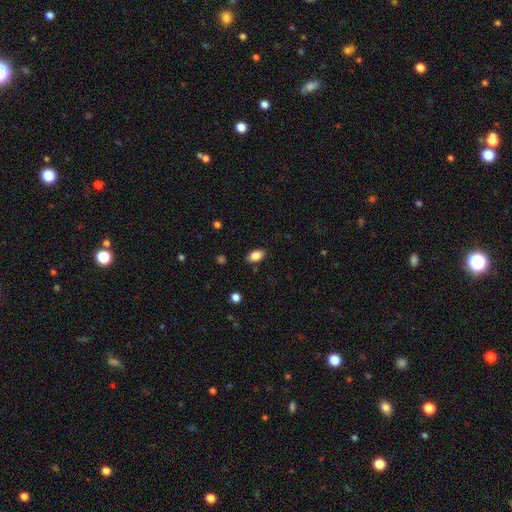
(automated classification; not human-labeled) The model was most divided on "merging": none: 86%, minor disturbance: 11%, major disturbance: 2%, merger: 1%. More confident: how rounded — in between (91%); smooth or featured — smooth (85%).